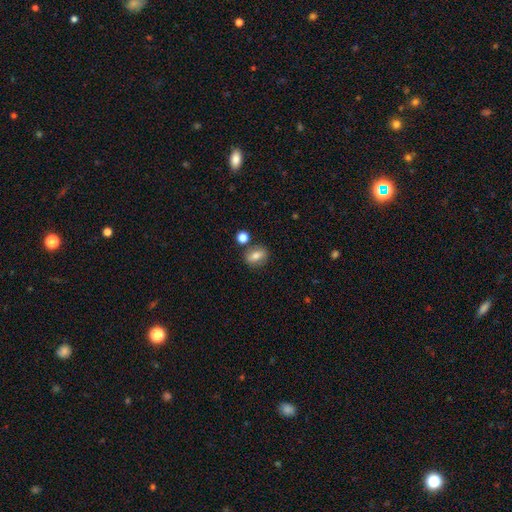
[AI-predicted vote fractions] This is likely a smooth galaxy (73%). How rounded: likely in between (62%). Merging: likely none (78%).